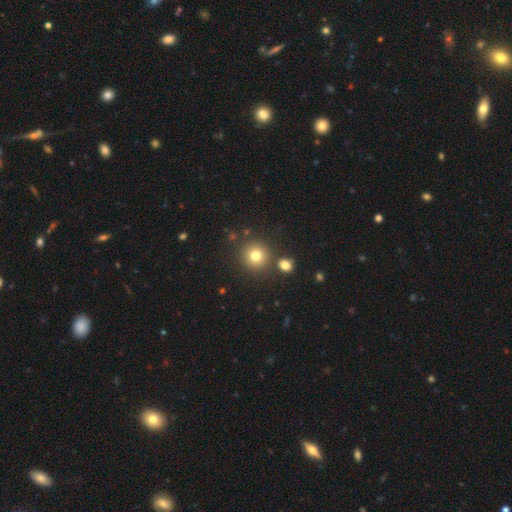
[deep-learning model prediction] Smooth or featured? smooth (78%)
How rounded? round (94%)
Merging? none (83%)